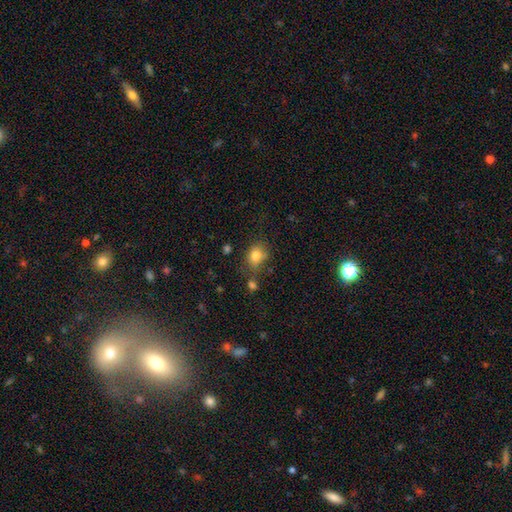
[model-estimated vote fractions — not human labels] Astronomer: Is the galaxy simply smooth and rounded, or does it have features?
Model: smooth — 81%.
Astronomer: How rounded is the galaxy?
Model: in between — 56% (runner-up: round, 43%).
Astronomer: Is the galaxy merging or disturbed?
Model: none — 61%.